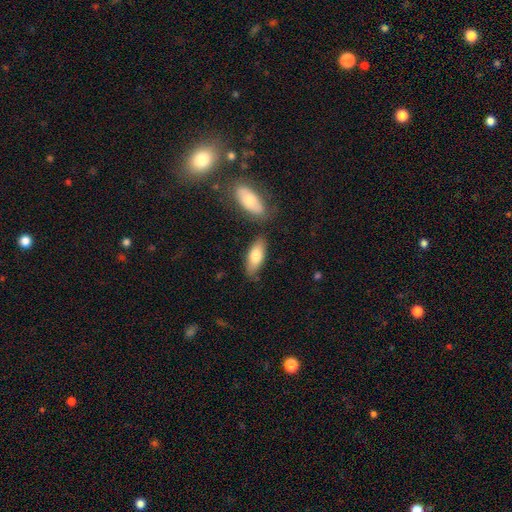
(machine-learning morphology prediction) smooth_or_featured: smooth (p=0.76) [alt: featured or disk p=0.19]
how_rounded: in between (p=0.78) [alt: cigar-shaped p=0.20]
merging: none (p=0.73) [alt: minor disturbance p=0.15]